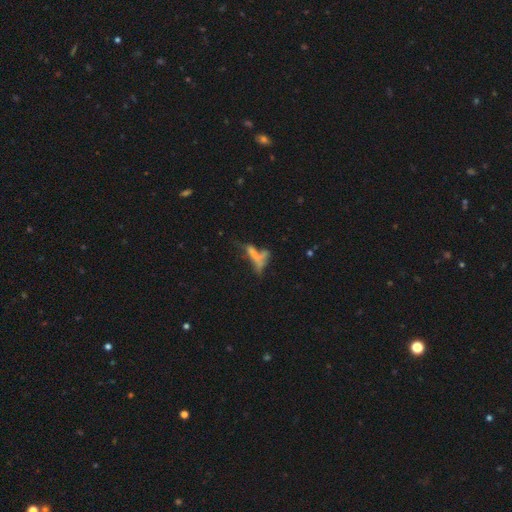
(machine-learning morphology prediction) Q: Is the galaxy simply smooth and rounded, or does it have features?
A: smooth — 51%.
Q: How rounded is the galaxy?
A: cigar-shaped — 61%.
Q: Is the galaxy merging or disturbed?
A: merger — 44%.